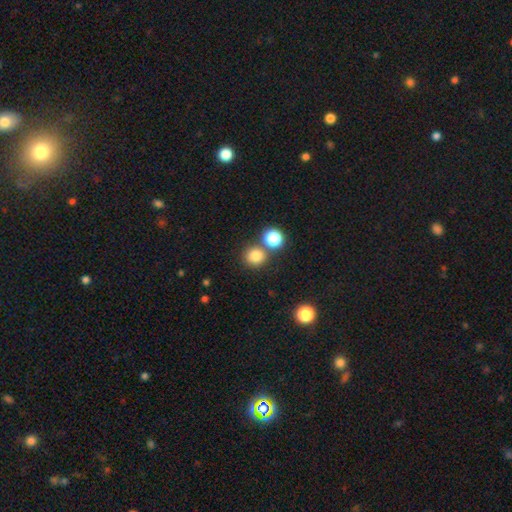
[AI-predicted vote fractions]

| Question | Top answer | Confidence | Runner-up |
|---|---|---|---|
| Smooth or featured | smooth | 80% | star or artifact (14%) |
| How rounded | round | 90% | in between (9%) |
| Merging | none | 74% | merger (16%) |